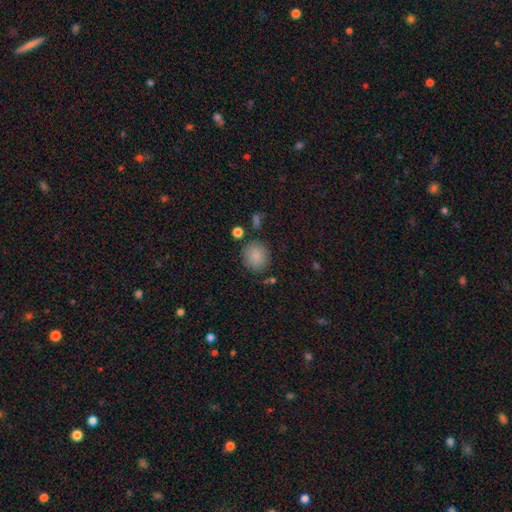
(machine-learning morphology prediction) A smooth galaxy with no disk features (87%) that is round (85%).

Vote fractions:
- Smooth or featured? smooth: 87% / star or artifact: 8% / featured or disk: 5%
- How rounded? round: 85% / in between: 14% / cigar-shaped: 1%
- Merging? none: 81% / minor disturbance: 11% / merger: 4% / major disturbance: 3%